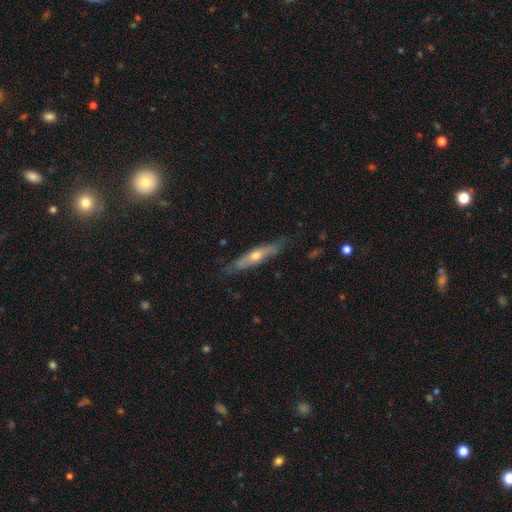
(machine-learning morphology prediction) This appears to be a featured or disk galaxy (62%) viewed edge-on (82%) with a rounded central bulge (84%). Merging: none (80%).